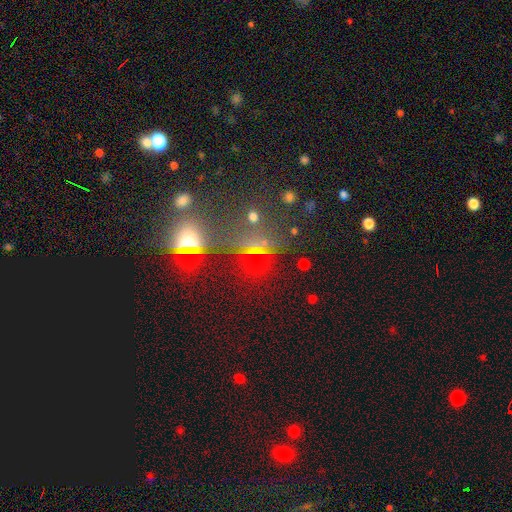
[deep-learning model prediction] Overall: star or artifact (63%; smooth 27%).